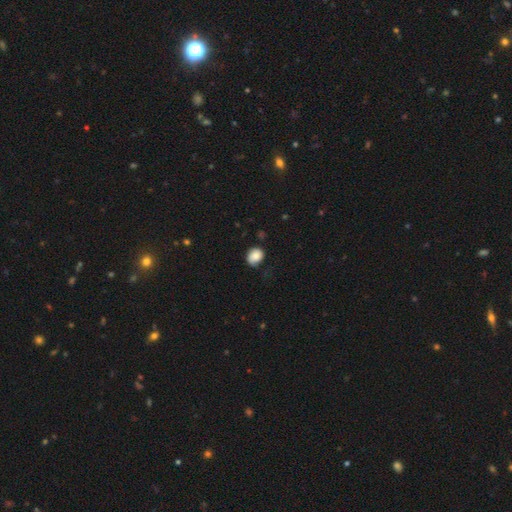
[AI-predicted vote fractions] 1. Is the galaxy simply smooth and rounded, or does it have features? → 81% smooth, 11% featured or disk, 8% star or artifact.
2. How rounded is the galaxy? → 50% in between, 49% round, 1% cigar-shaped.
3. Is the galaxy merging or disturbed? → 66% none, 25% minor disturbance, 7% major disturbance, 2% merger.